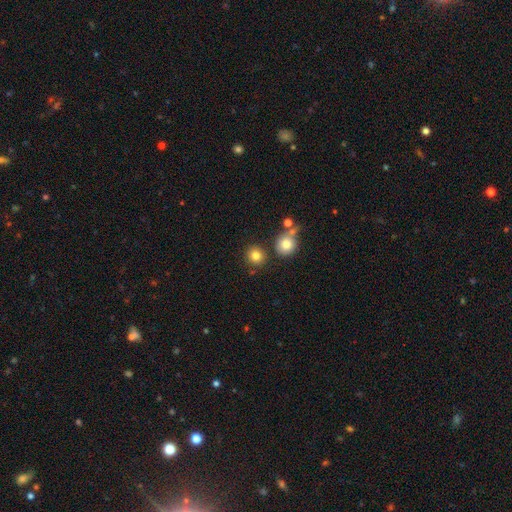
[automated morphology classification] smooth_or_featured: smooth (p=0.82) [alt: star or artifact p=0.12]
how_rounded: round (p=0.88) [alt: in between p=0.11]
merging: none (p=0.80) [alt: merger p=0.09]